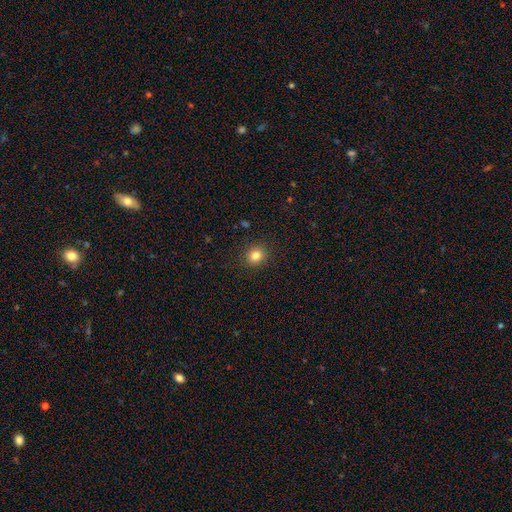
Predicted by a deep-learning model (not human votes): Smooth or featured? smooth (83%)
How rounded? round (80%)
Merging? none (90%)